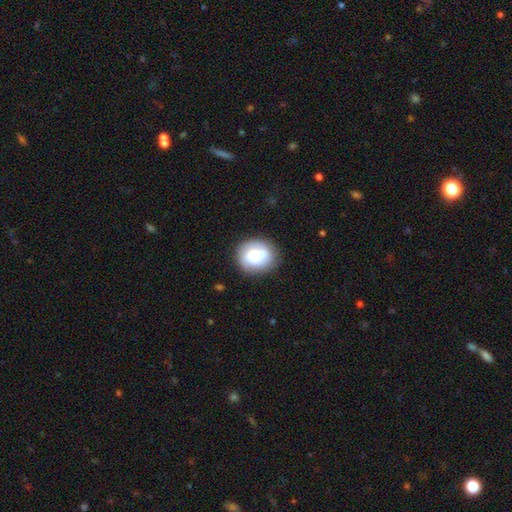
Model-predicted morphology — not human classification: Smooth or featured? Predicted: smooth (p=0.53). How rounded? Predicted: round (p=0.66). Merging? Predicted: none (p=0.71).